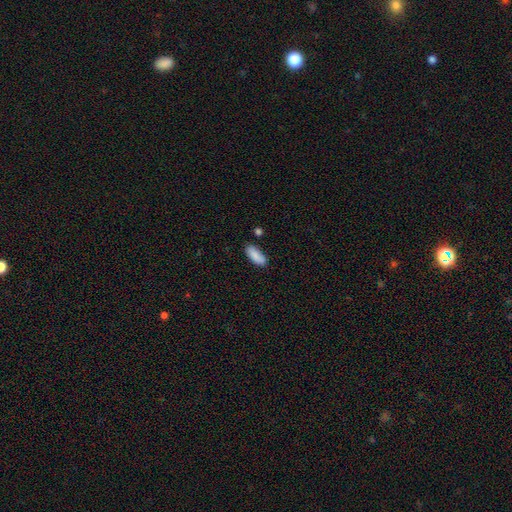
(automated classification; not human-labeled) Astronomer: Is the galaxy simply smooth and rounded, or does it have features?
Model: smooth — 89%.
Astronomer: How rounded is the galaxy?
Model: in between — 80%.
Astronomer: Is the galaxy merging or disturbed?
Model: none — 79%.